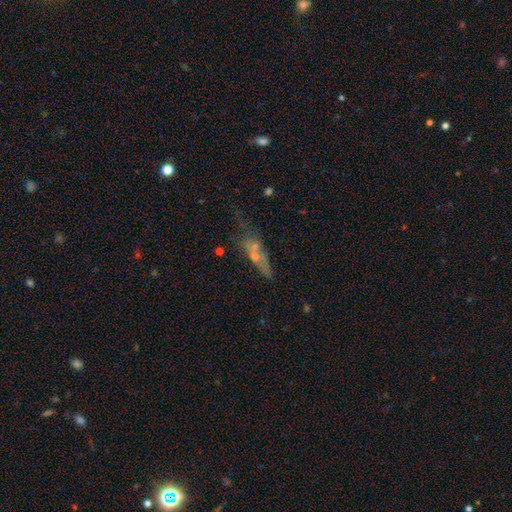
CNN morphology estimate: Smooth or featured?
  - featured or disk: 47% *
  - smooth: 37%
  - star or artifact: 16%
Merging?
  - none: 32% *
  - merger: 26%
  - major disturbance: 24%
  - minor disturbance: 19%